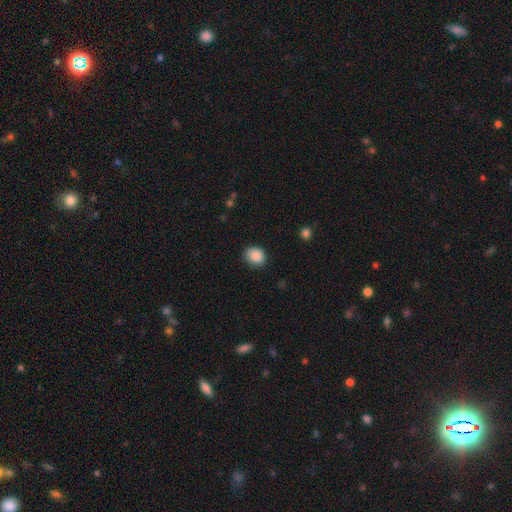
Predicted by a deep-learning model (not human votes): smooth-or-featured: smooth: 88% | star or artifact: 8% | featured or disk: 4%
  how-rounded: round: 58% | in between: 41% | cigar-shaped: 1%
  merging: none: 78% | minor disturbance: 17% | major disturbance: 3% | merger: 1%